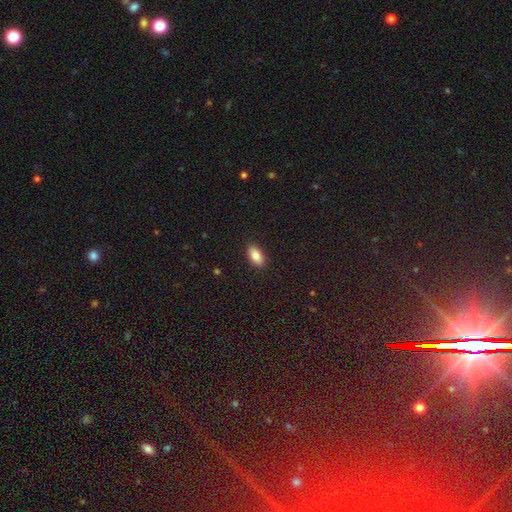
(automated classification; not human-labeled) smooth_or_featured: smooth (p=0.83) [alt: featured or disk p=0.09]
how_rounded: in between (p=0.92) [alt: cigar-shaped p=0.05]
merging: none (p=0.90) [alt: minor disturbance p=0.08]